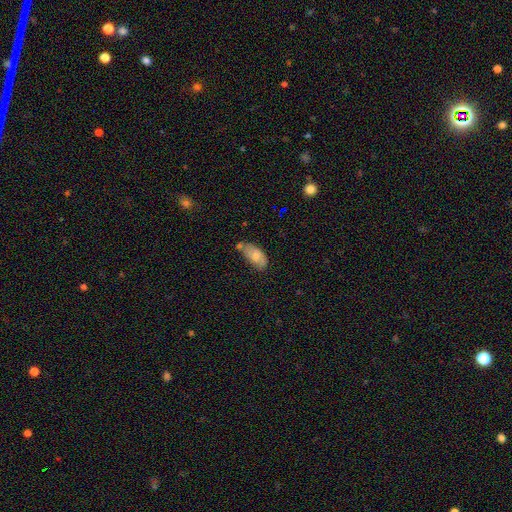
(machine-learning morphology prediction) Q: Smooth or featured?
A: smooth (70%); runner-up: featured or disk (22%)
Q: How rounded?
A: in between (92%); runner-up: cigar-shaped (5%)
Q: Merging?
A: none (49%); runner-up: minor disturbance (28%)